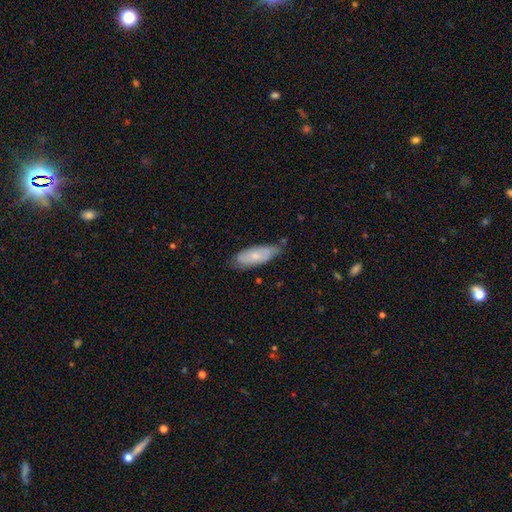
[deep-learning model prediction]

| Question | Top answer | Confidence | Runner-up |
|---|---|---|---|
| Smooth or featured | smooth | 63% | featured or disk (31%) |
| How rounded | in between | 67% | cigar-shaped (31%) |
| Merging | none | 61% | minor disturbance (31%) |